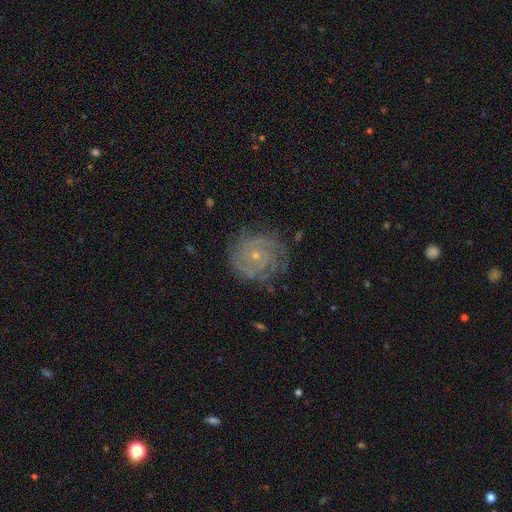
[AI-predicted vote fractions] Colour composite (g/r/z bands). It shows a featured or disk galaxy (87%) with no bar (77%), 2 (34%) tight (75%) spiral arms (97%) and a small central bulge (76%). Merging: none (78%).